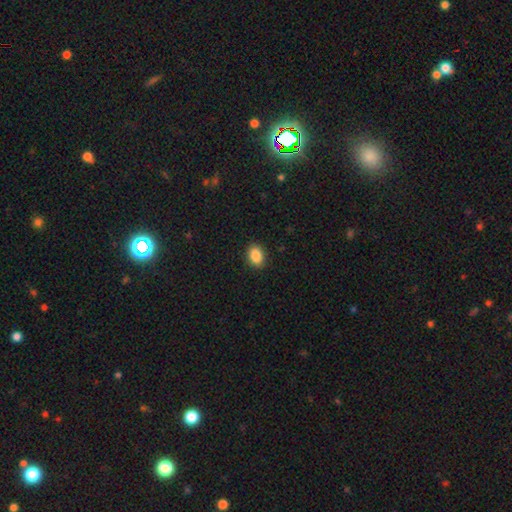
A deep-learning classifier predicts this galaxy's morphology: This appears to be a smooth galaxy with no disk features (88%) that is in between round and cigar-shaped (80%). Merging: none (90%).